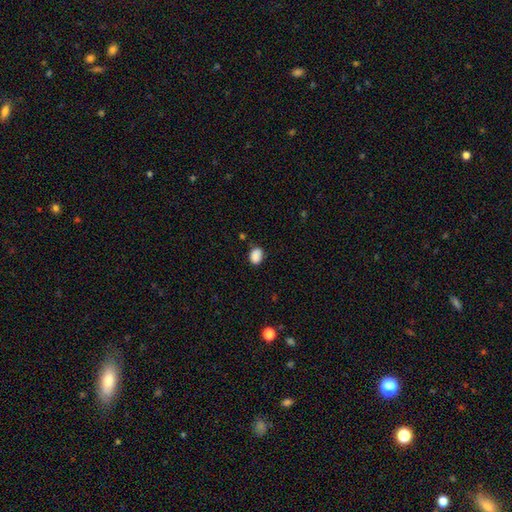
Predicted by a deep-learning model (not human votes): This is clearly a smooth galaxy (88%). How rounded: likely in between (67%). Merging: likely none (78%).